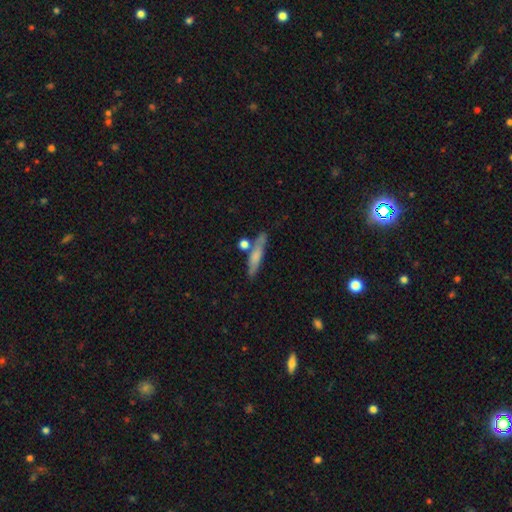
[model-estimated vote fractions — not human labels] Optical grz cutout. It shows a smooth galaxy with no disk features (65%) that is cigar-shaped (84%). Merging: none (71%).